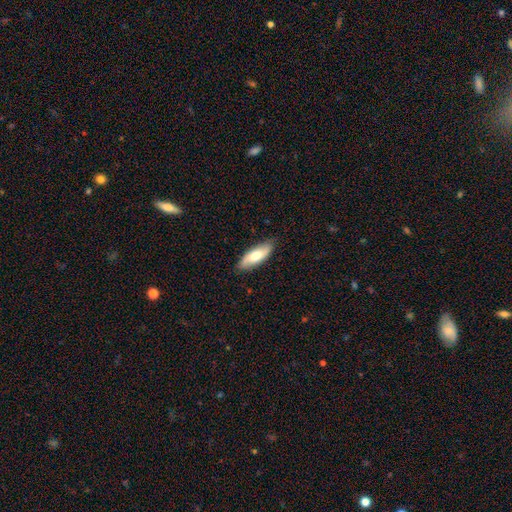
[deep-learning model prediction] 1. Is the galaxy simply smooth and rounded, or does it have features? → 63% smooth, 31% featured or disk, 5% star or artifact.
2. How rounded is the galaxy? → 69% in between, 28% cigar-shaped, 2% round.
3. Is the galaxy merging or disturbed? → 85% none, 12% minor disturbance, 2% major disturbance, 1% merger.